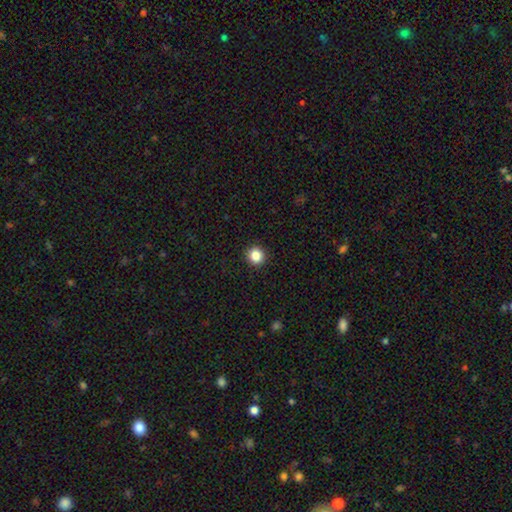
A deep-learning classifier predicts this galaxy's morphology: smooth-or-featured: smooth: 85% | star or artifact: 11% | featured or disk: 4%
  how-rounded: round: 89% | in between: 10% | cigar-shaped: 1%
  merging: none: 93% | minor disturbance: 5% | major disturbance: 2% | merger: 1%